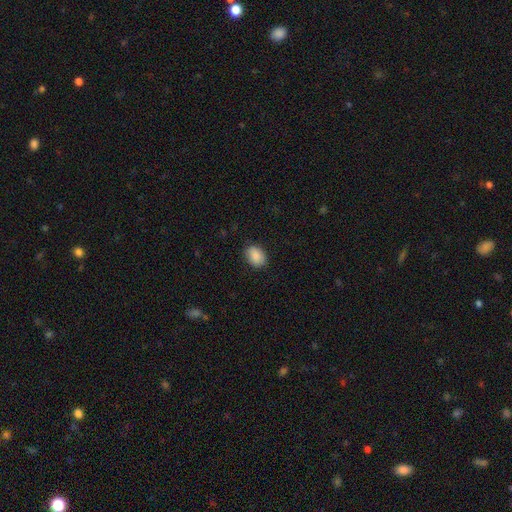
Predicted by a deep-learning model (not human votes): Smooth or featured? smooth (88%)
How rounded? in between (71%)
Merging? none (84%)